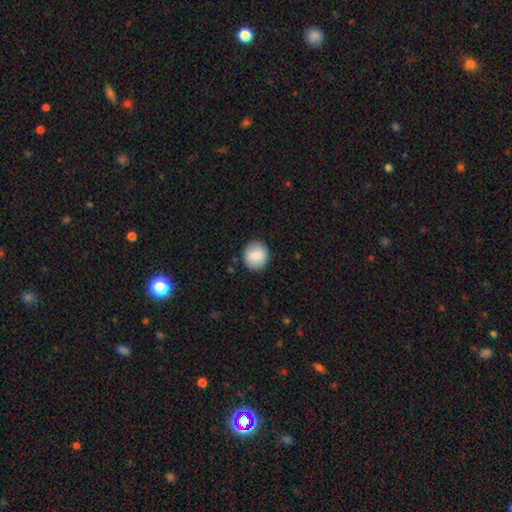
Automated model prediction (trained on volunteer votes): Q: Smooth or featured?
A: smooth (82%); runner-up: featured or disk (11%)
Q: How rounded?
A: round (83%); runner-up: in between (16%)
Q: Merging?
A: none (87%); runner-up: minor disturbance (9%)